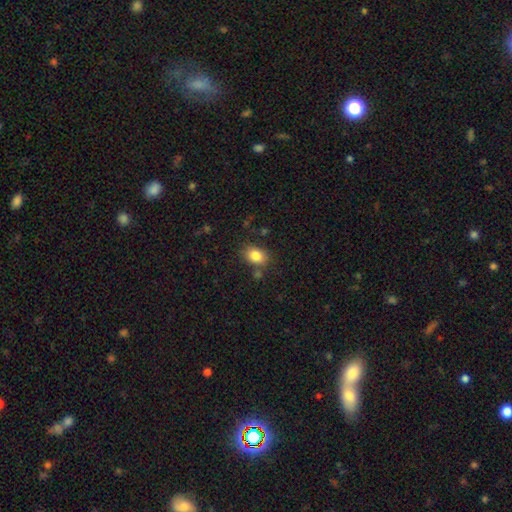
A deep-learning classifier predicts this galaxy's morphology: Smooth or featured: smooth — 85% (star or artifact — 9%)
How rounded: in between — 67% (round — 32%)
Merging: none — 77% (minor disturbance — 13%)